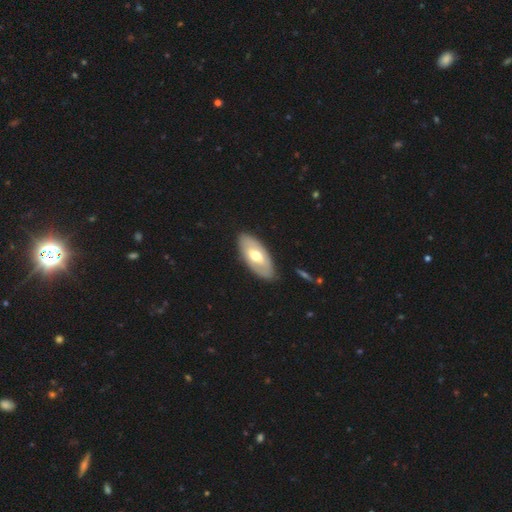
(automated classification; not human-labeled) Morphology: type=featured or disk (49%); merging=none (85%).